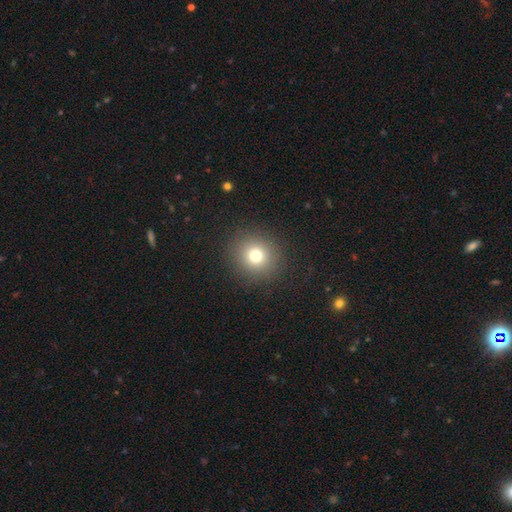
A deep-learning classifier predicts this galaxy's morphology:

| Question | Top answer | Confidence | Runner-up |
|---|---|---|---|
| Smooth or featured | smooth | 75% | star or artifact (15%) |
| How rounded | round | 90% | in between (9%) |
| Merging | none | 90% | minor disturbance (6%) |